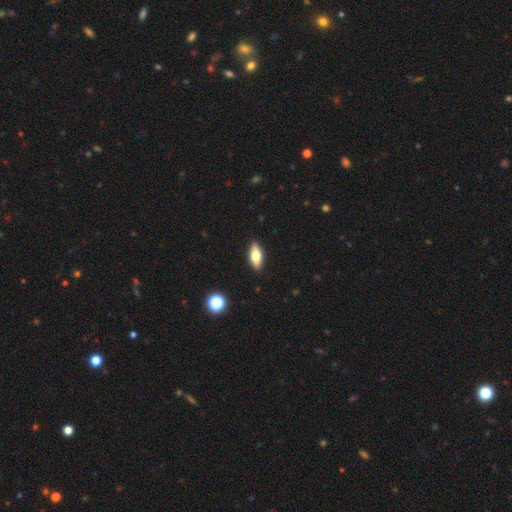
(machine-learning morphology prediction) smooth 70%, featured or disk 23%, star or artifact 7%. Down the decision tree: how rounded — in between (79%); merging — none (89%).